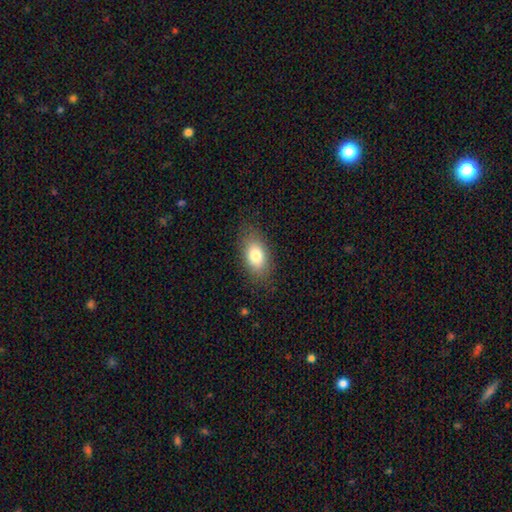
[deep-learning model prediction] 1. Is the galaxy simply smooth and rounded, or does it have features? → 80% smooth, 12% featured or disk, 8% star or artifact.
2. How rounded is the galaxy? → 89% in between, 8% round, 3% cigar-shaped.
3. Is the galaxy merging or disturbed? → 82% none, 13% minor disturbance, 4% major disturbance, 1% merger.